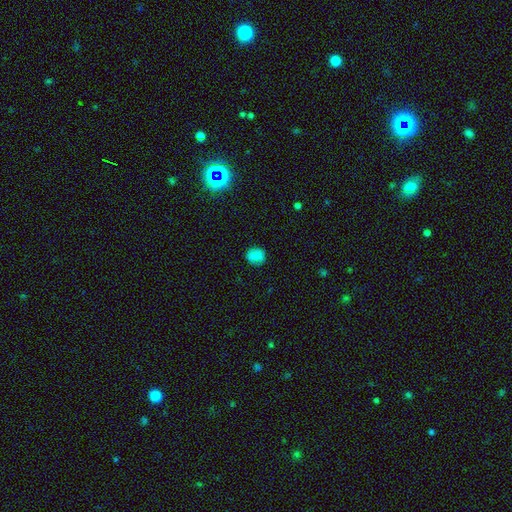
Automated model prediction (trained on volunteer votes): This appears to be a smooth galaxy with no disk features (83%) that is round (77%). Merging: none (85%).